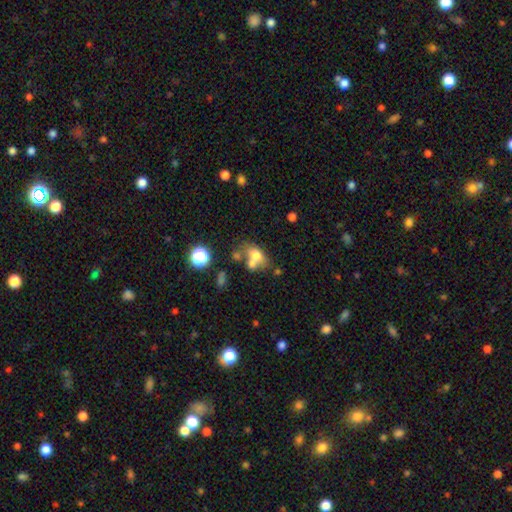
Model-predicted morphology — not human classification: Smooth or featured: smooth — 69% (featured or disk — 19%)
How rounded: in between — 70% (round — 28%)
Merging: none — 39% (tied with merger — 39%)